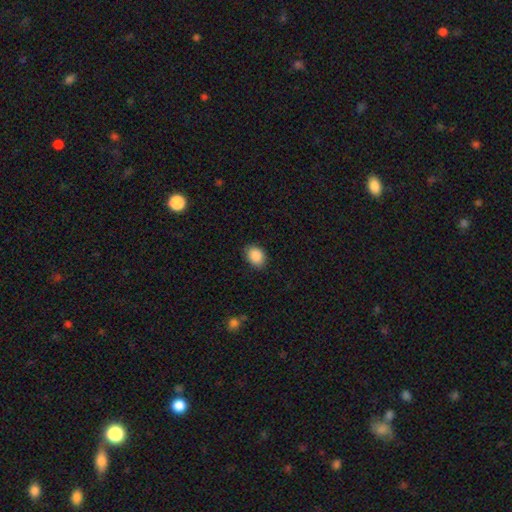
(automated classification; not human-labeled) Smooth or featured? smooth (89%)
How rounded? in between (71%)
Merging? none (84%)